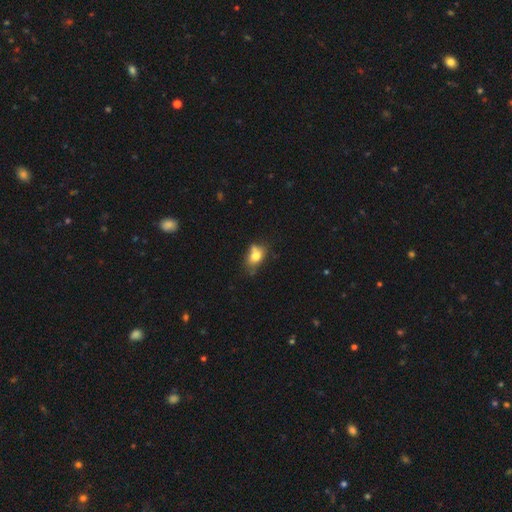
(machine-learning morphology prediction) smooth_or_featured: smooth (p=0.75) [alt: featured or disk p=0.15]
how_rounded: in between (p=0.69) [alt: round p=0.29]
merging: none (p=0.47) [alt: minor disturbance p=0.27]